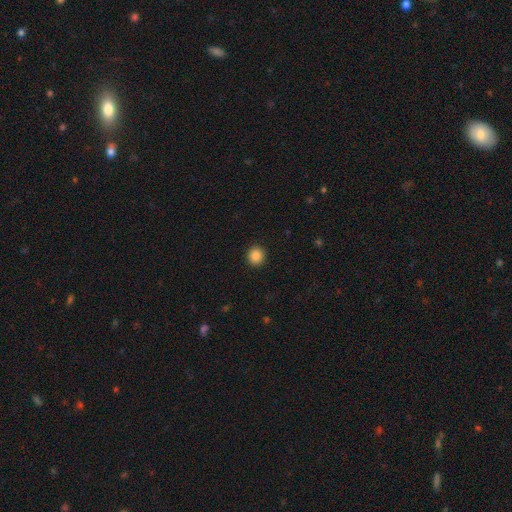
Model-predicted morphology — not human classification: type=smooth (86%); roundness=round (90%); merging=none (93%).